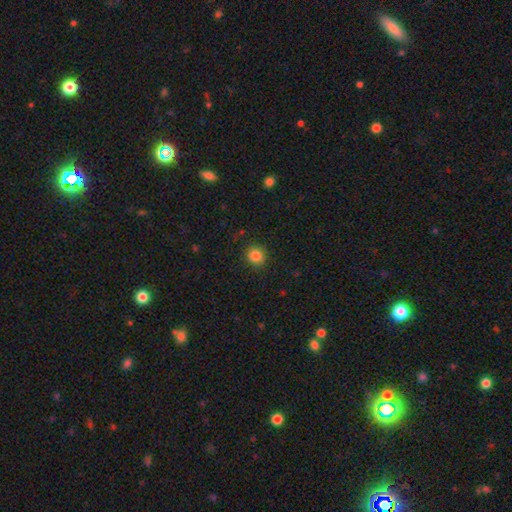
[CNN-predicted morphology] Q: Smooth or featured?
A: smooth (85%); runner-up: star or artifact (11%)
Q: How rounded?
A: round (90%); runner-up: in between (10%)
Q: Merging?
A: none (90%); runner-up: minor disturbance (7%)